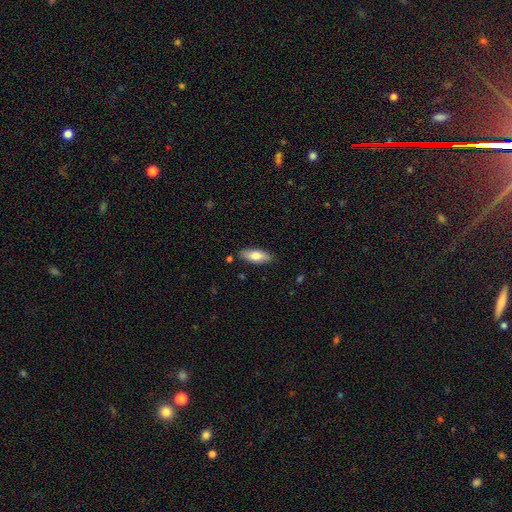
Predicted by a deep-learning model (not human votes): Smooth or featured? smooth (76%)
How rounded? in between (75%)
Merging? none (85%)